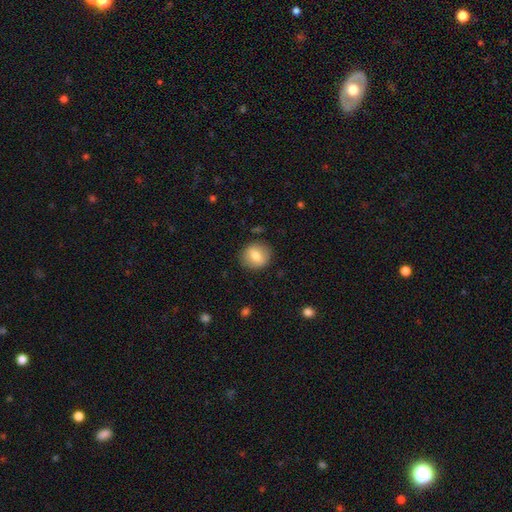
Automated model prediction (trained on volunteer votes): Morphology: type=smooth (72%); roundness=round (80%); merging=none (87%).